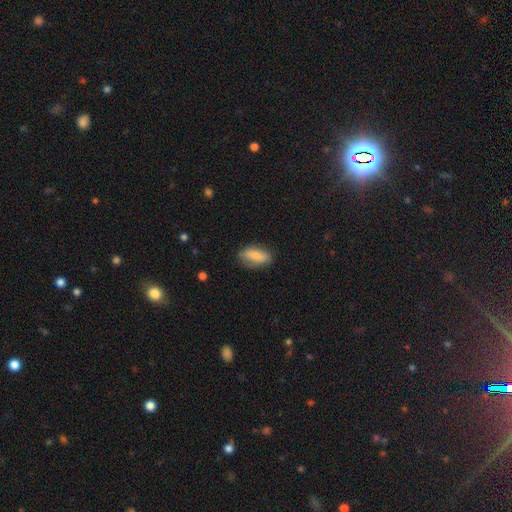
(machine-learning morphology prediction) Overall: smooth (75%). How rounded: in between (83%). Merging: none (73%).